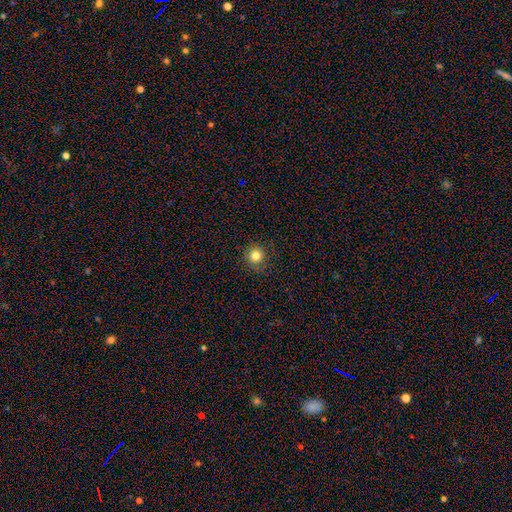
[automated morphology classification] smooth_or_featured: smooth (p=0.80) [alt: star or artifact p=0.13]
how_rounded: round (p=0.93) [alt: in between p=0.06]
merging: none (p=0.87) [alt: minor disturbance p=0.09]